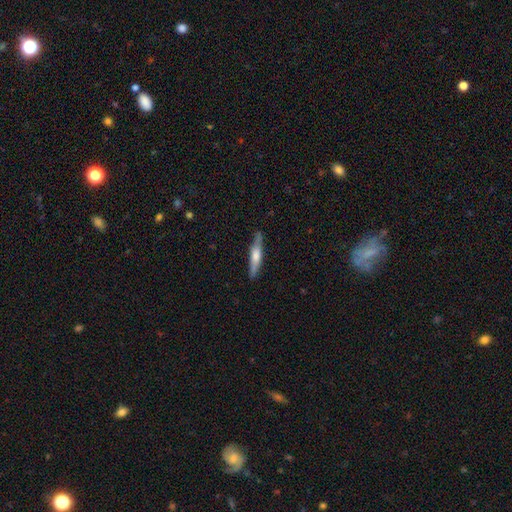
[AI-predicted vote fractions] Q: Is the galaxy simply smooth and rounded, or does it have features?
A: featured or disk — 52%.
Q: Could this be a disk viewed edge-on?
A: yes — 94%.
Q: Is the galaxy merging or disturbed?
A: none — 86%.